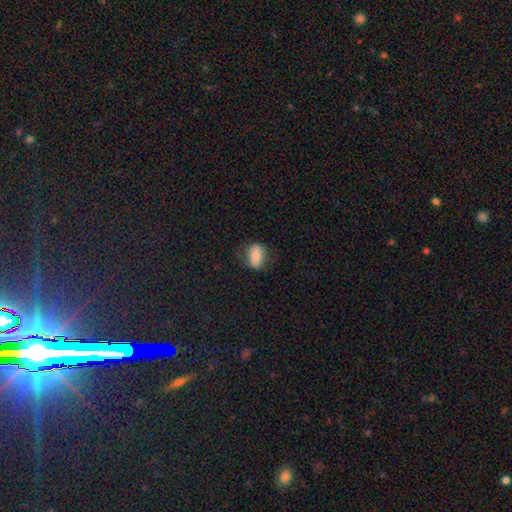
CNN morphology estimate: Overall: smooth (74%). How rounded: in between (75%). Merging: none (73%).